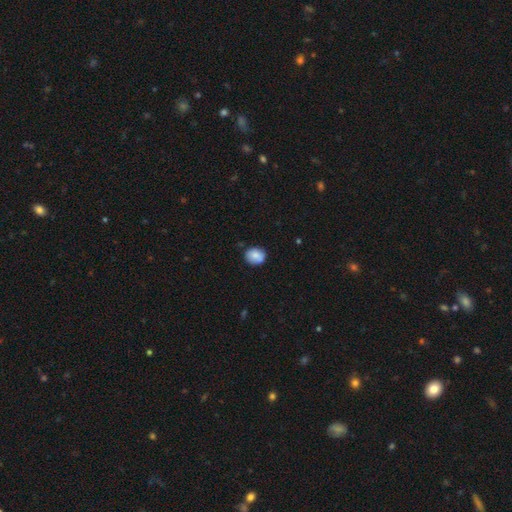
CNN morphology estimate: Overall: smooth (83%). How rounded: round (64%; in between 35%). Merging: none (76%).